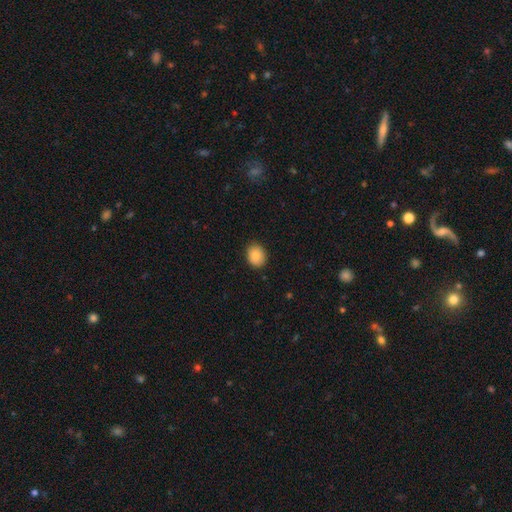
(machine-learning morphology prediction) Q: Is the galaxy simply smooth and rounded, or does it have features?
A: smooth — 87%.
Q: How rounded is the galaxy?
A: round — 52%.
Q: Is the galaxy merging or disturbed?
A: none — 87%.